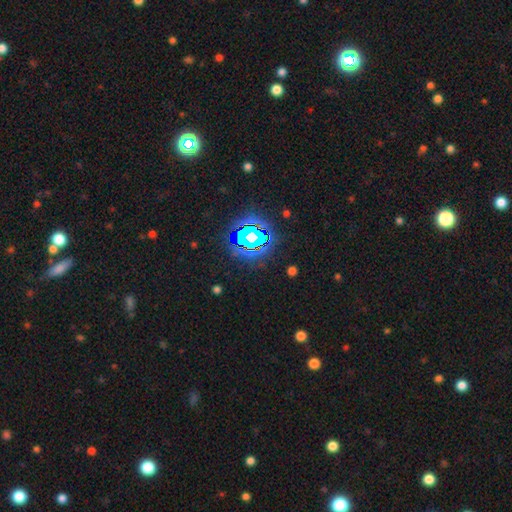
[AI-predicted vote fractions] smooth_or_featured: star or artifact (p=0.81) [alt: smooth p=0.11]